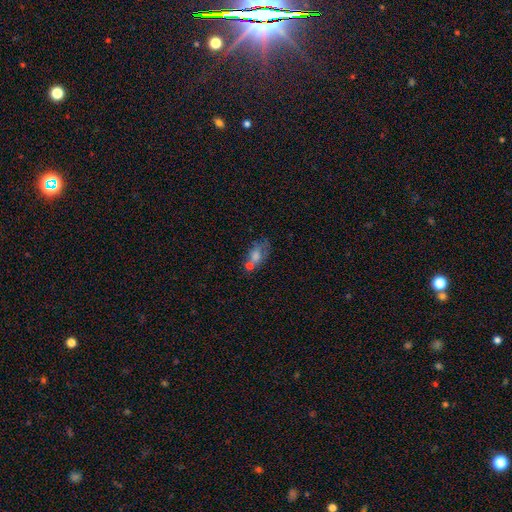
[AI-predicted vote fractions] Overall: smooth (60%; featured or disk 26%). How rounded: in between (79%). Merging: merger (37%; none 30%).